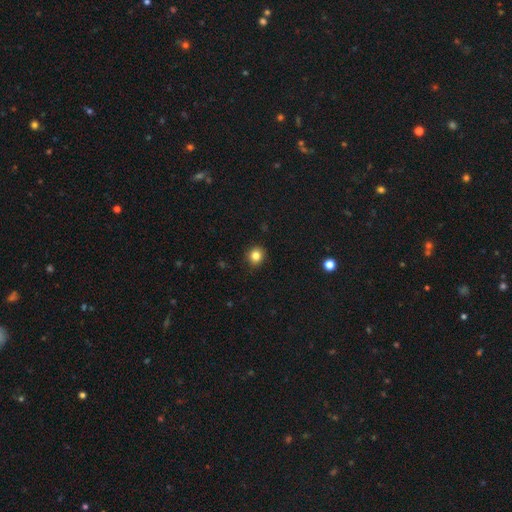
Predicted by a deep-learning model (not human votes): Smooth or featured?
  - smooth: 84% *
  - star or artifact: 11%
  - featured or disk: 5%
How rounded?
  - round: 89% *
  - in between: 10%
  - cigar-shaped: 1%
Merging?
  - none: 91% *
  - minor disturbance: 6%
  - major disturbance: 2%
  - merger: 1%